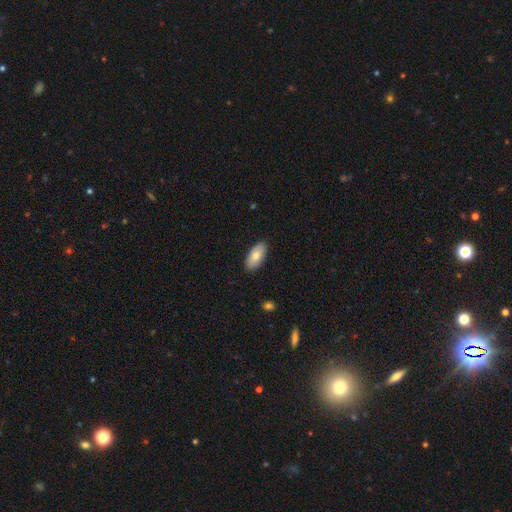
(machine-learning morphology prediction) This appears to be a smooth galaxy with no disk features (78%) that is in between round and cigar-shaped (92%). Merging: none (88%).